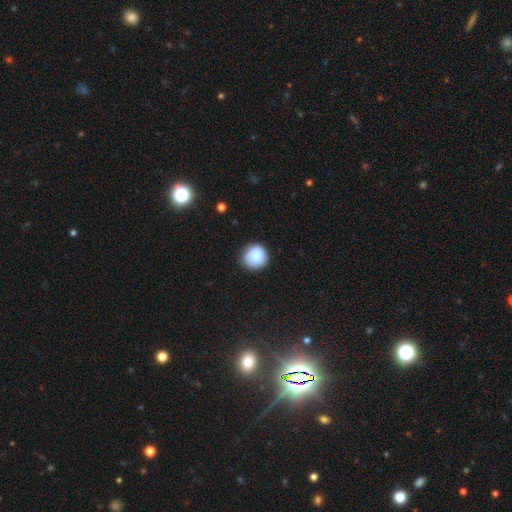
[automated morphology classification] smooth-or-featured: smooth: 79% | featured or disk: 13% | star or artifact: 8%
  how-rounded: round: 92% | in between: 7% | cigar-shaped: 1%
  merging: none: 81% | minor disturbance: 14% | major disturbance: 3% | merger: 1%